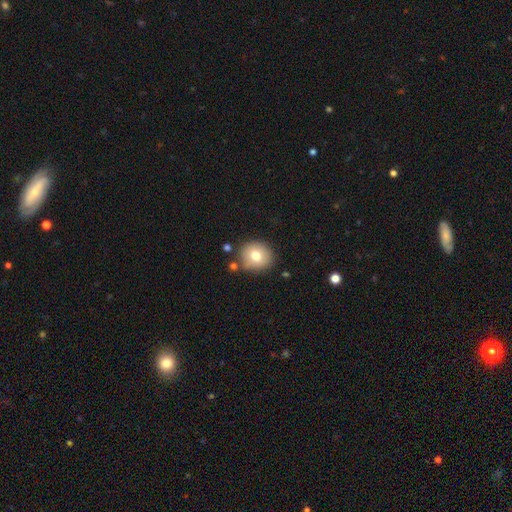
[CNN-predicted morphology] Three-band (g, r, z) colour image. It shows a smooth galaxy with no disk features (74%) that is round (84%). Merging: none (79%).